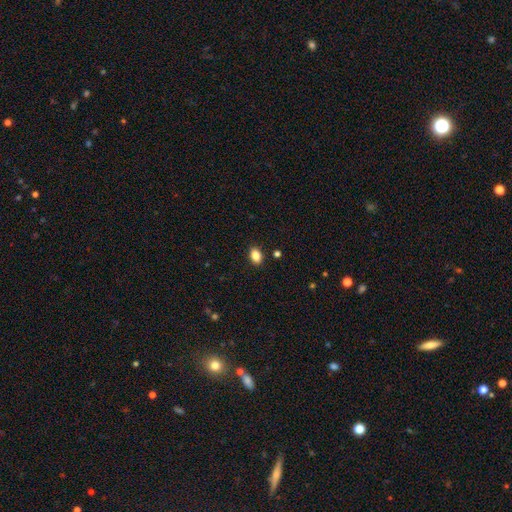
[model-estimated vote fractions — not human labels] smooth 86%, star or artifact 9%, featured or disk 5%. Down the decision tree: how rounded — in between (83%); merging — none (88%).